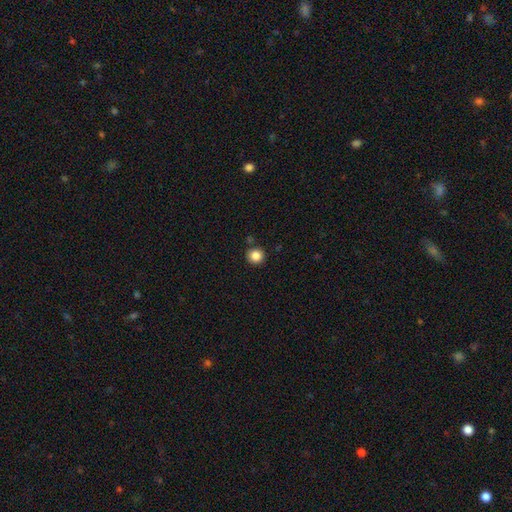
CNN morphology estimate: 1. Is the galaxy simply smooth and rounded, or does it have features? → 85% smooth, 11% star or artifact, 4% featured or disk.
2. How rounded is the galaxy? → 94% round, 5% in between, 1% cigar-shaped.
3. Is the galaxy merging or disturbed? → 88% none, 6% minor disturbance, 3% merger, 2% major disturbance.